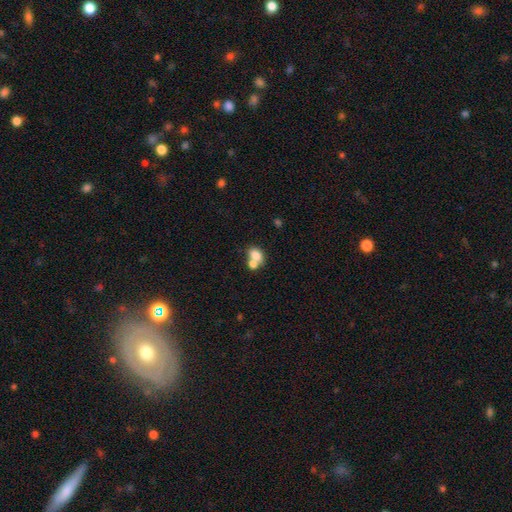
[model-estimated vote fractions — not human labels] smooth_or_featured: smooth (p=0.76) [alt: featured or disk p=0.14]
how_rounded: in between (p=0.68) [alt: round p=0.31]
merging: merger (p=0.57) [alt: none p=0.30]